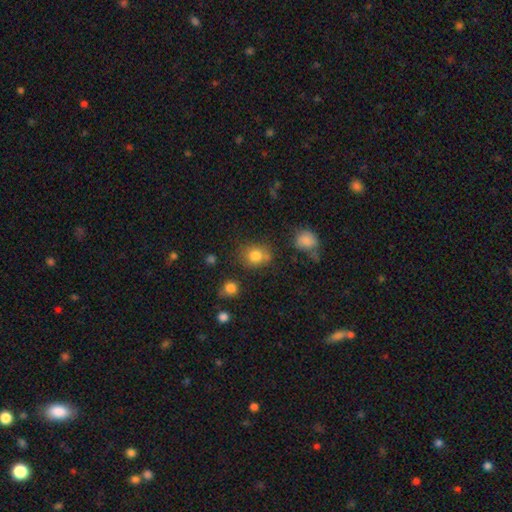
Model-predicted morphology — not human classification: smooth_or_featured: smooth (p=0.81) [alt: star or artifact p=0.12]
how_rounded: round (p=0.69) [alt: in between p=0.30]
merging: none (p=0.70) [alt: minor disturbance p=0.17]